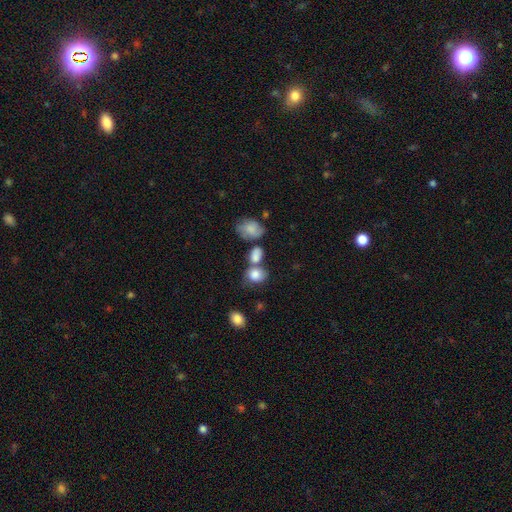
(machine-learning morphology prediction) Smooth or featured? Predicted: smooth (p=0.81). How rounded? Predicted: in between (p=0.53). Merging? Predicted: none (p=0.41).